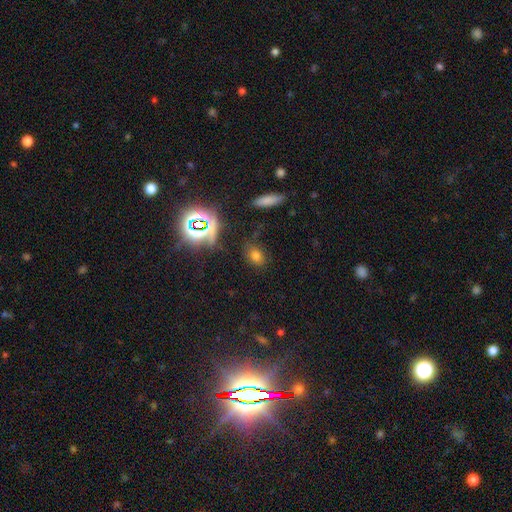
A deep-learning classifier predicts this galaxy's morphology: Smooth or featured?
  - smooth: 66% *
  - star or artifact: 25%
  - featured or disk: 9%
How rounded?
  - in between: 68% *
  - round: 29%
  - cigar-shaped: 3%
Merging?
  - none: 75% *
  - minor disturbance: 15%
  - major disturbance: 6%
  - merger: 4%